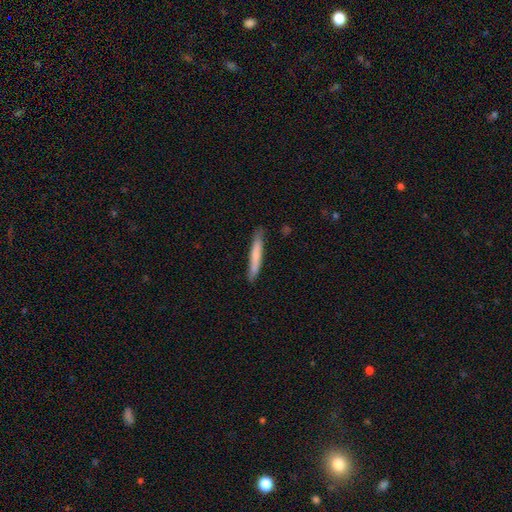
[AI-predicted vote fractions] Smooth or featured? smooth (73%)
How rounded? cigar-shaped (95%)
Merging? none (84%)